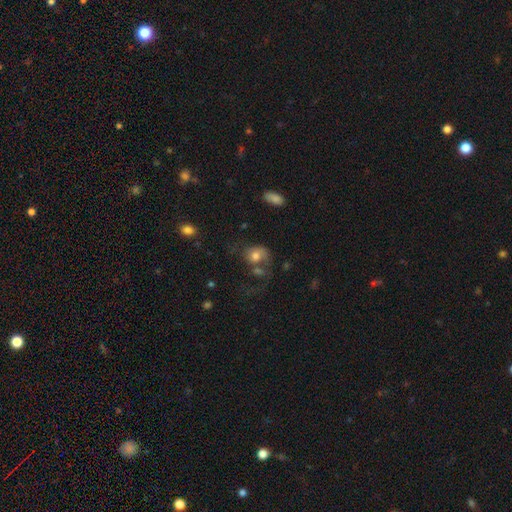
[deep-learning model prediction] Smooth or featured: smooth — 58% (featured or disk — 32%)
How rounded: in between — 51% (round — 47%)
Merging: major disturbance — 30% (merger — 27%)